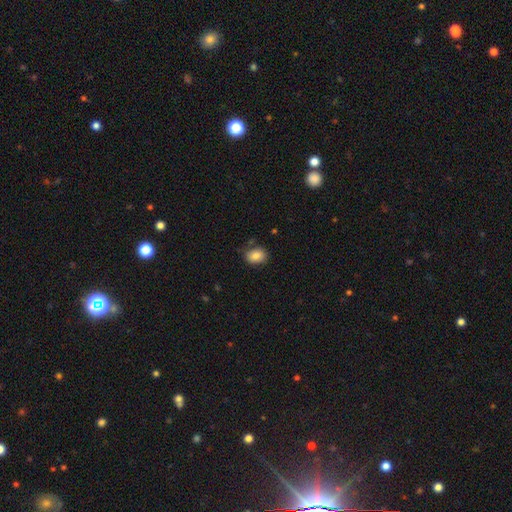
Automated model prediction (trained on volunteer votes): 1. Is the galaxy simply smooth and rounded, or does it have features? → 83% smooth, 9% star or artifact, 8% featured or disk.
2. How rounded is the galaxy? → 61% in between, 38% round, 1% cigar-shaped.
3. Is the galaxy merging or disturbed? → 78% none, 15% minor disturbance, 3% major disturbance, 3% merger.